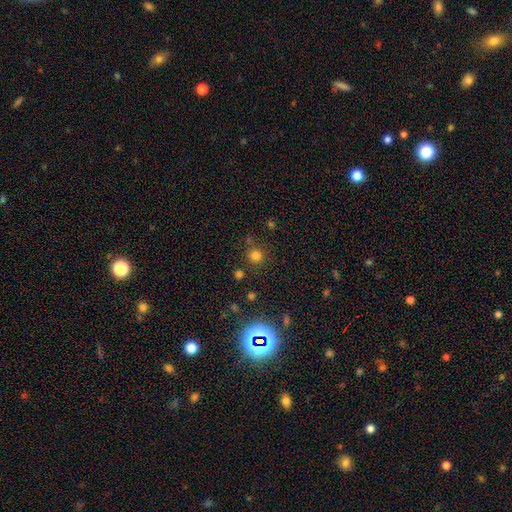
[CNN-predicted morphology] A smooth galaxy with no disk features (75%) that is round (93%).

Vote fractions:
- Smooth or featured? smooth: 75% / star or artifact: 19% / featured or disk: 6%
- How rounded? round: 93% / in between: 6% / cigar-shaped: 1%
- Merging? none: 79% / minor disturbance: 9% / merger: 8% / major disturbance: 4%